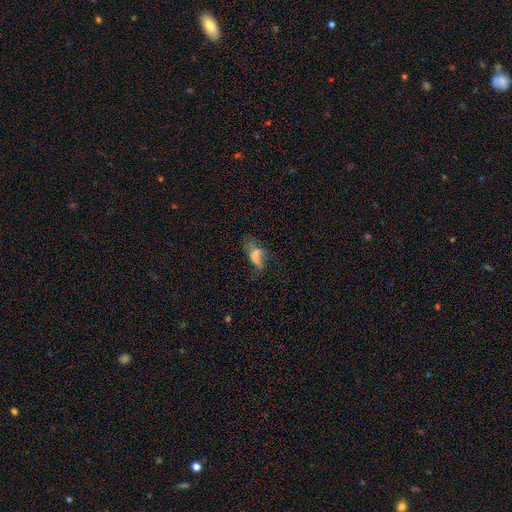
Smooth or featured? smooth (63%)
How rounded? in between (96%)
Merging? major disturbance (68%)